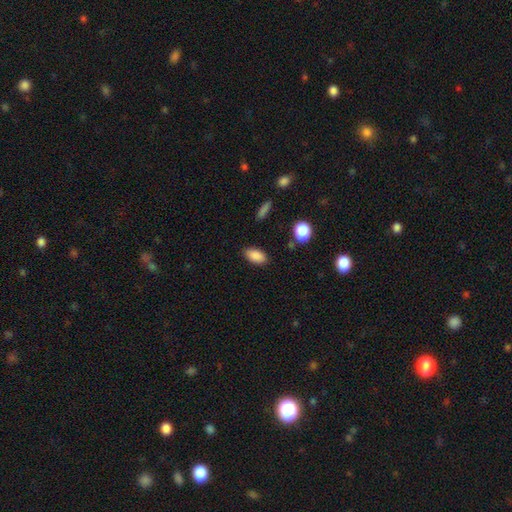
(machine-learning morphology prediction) type=smooth (88%); roundness=in between (92%); merging=none (84%).